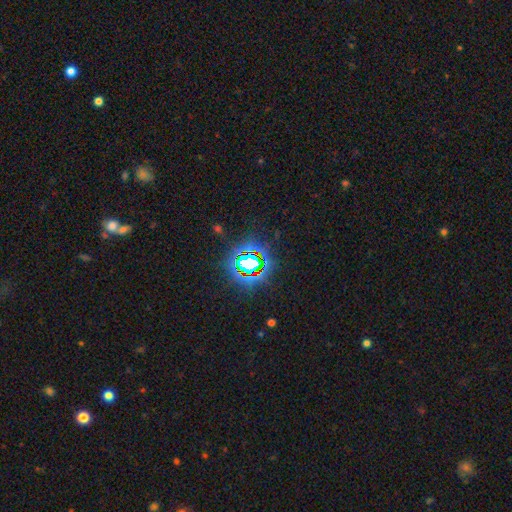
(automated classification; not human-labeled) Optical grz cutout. It shows a star or artifact, not a galaxy (75%).